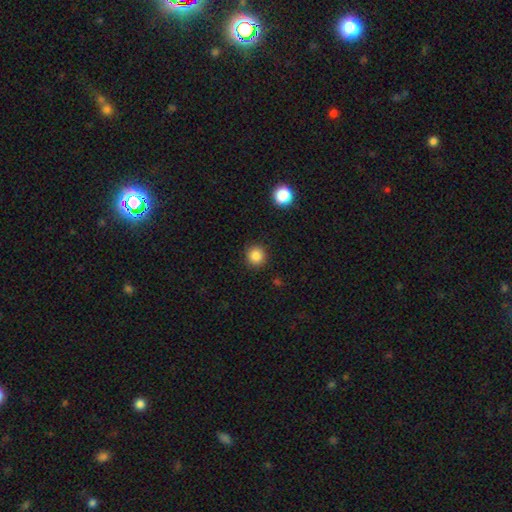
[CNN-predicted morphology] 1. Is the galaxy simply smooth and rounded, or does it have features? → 85% smooth, 11% star or artifact, 4% featured or disk.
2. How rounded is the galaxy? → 92% round, 7% in between, 1% cigar-shaped.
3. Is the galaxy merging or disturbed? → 91% none, 6% minor disturbance, 2% major disturbance, 1% merger.